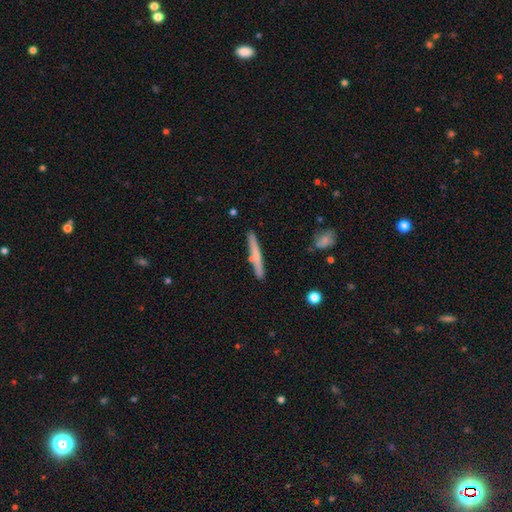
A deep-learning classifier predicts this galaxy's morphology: Smooth or featured?
  - smooth: 57% *
  - featured or disk: 36%
  - star or artifact: 6%
How rounded?
  - cigar-shaped: 96% *
  - in between: 3%
  - round: 2%
Merging?
  - none: 84% *
  - minor disturbance: 10%
  - merger: 4%
  - major disturbance: 2%